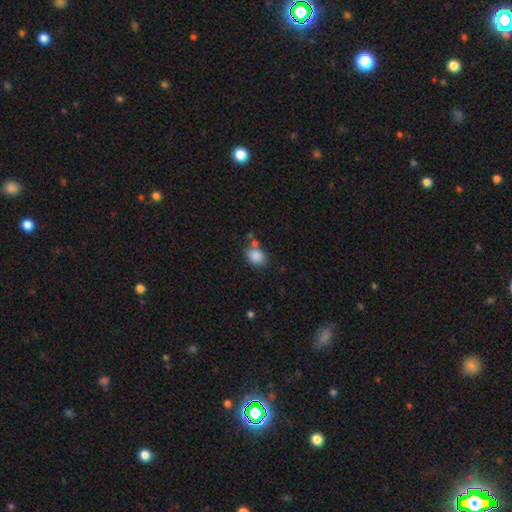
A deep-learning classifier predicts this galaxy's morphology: type=smooth (86%); roundness=in between (52%); merging=none (63%).